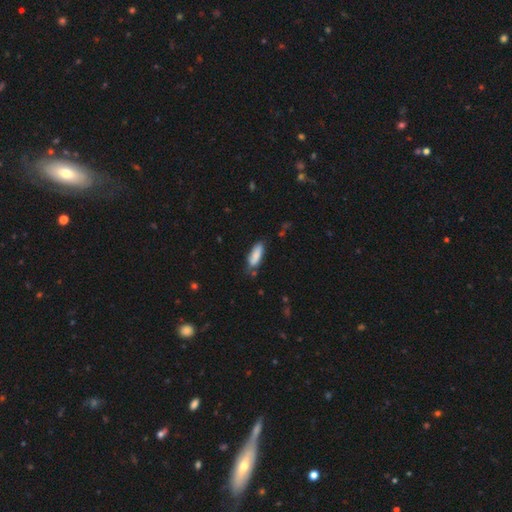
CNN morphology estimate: This appears to be a smooth galaxy with no disk features (84%) that is in between round and cigar-shaped (57%). Merging: none (68%).